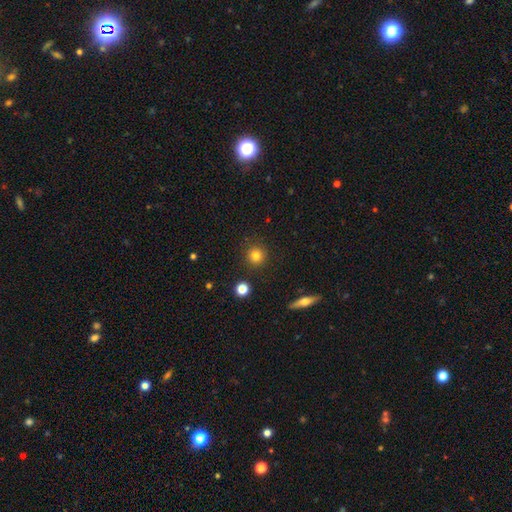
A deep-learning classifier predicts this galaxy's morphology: A smooth galaxy with no disk features (82%) that is round (94%). Merging: none (91%).